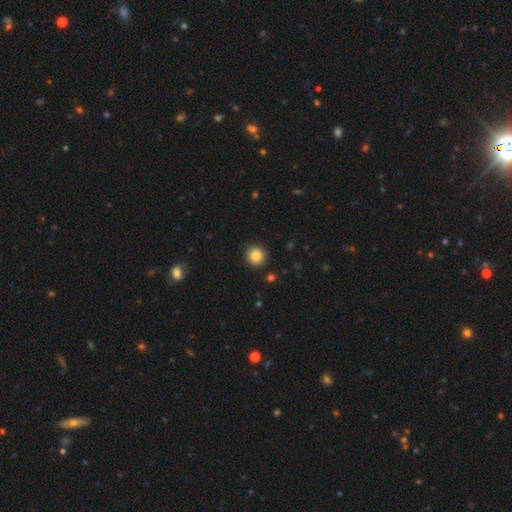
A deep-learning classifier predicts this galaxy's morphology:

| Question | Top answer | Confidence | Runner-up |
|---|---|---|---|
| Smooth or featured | smooth | 85% | star or artifact (10%) |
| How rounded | round | 93% | in between (6%) |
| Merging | none | 92% | minor disturbance (6%) |